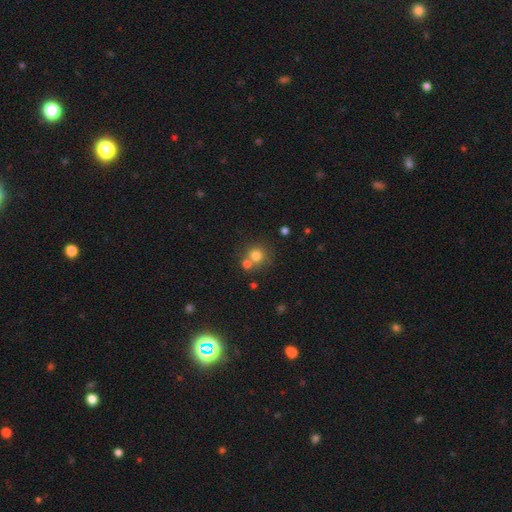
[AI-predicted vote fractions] This appears to be a smooth galaxy with no disk features (75%) that is round (90%). Merging: none (60%).